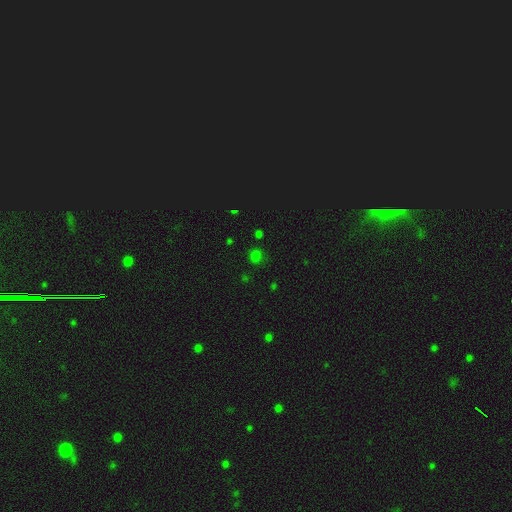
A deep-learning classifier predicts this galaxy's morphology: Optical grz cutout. It shows a smooth galaxy with no disk features (67%) that is round (77%). Merging: none (83%).